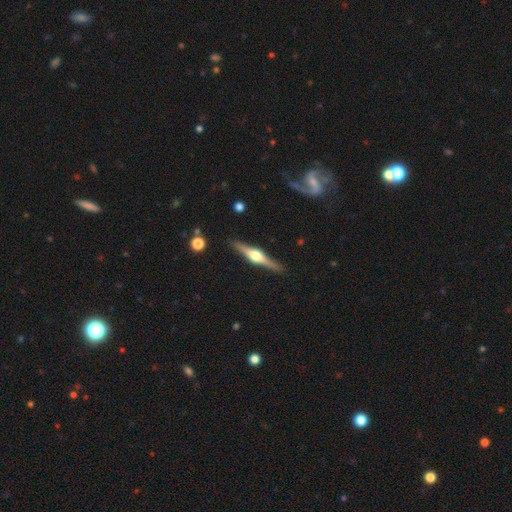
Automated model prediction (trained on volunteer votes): featured or disk 82%, smooth 13%, star or artifact 5%. Down the decision tree: edge-on disk — yes (98%); edge-on bulge — rounded (93%); merging — none (91%).